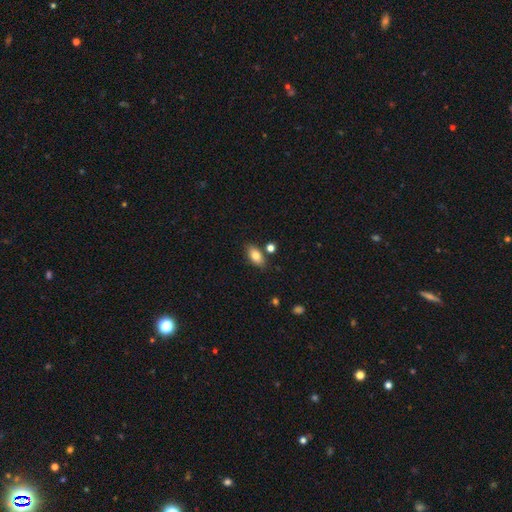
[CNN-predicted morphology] A smooth galaxy with no disk features (80%) that is in between round and cigar-shaped (90%). Merging: none (80%).